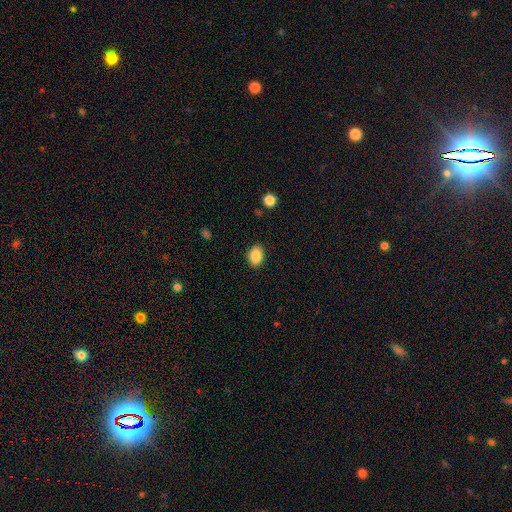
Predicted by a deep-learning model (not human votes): Smooth or featured? smooth (88%)
How rounded? in between (72%)
Merging? none (88%)